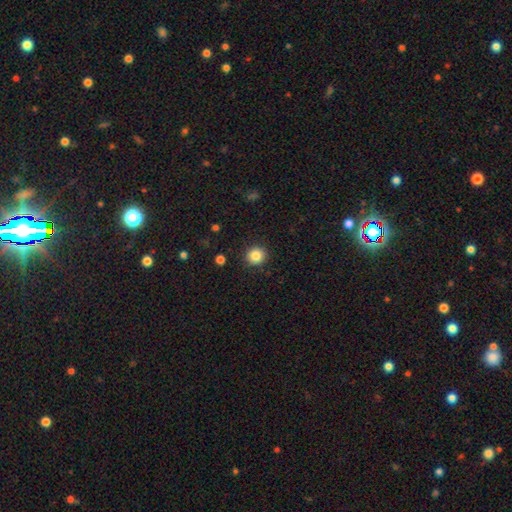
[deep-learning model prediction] The model was most divided on "smooth or featured": smooth: 85%, star or artifact: 10%, featured or disk: 5%. More confident: merging — none (91%); how rounded — round (91%).